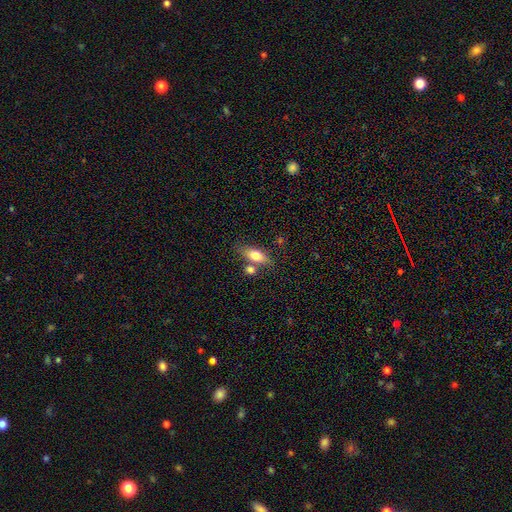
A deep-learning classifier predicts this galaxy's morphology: Smooth or featured?
  - smooth: 70% *
  - featured or disk: 22%
  - star or artifact: 7%
How rounded?
  - in between: 72% *
  - cigar-shaped: 22%
  - round: 6%
Merging?
  - none: 59% *
  - merger: 23%
  - minor disturbance: 14%
  - major disturbance: 4%